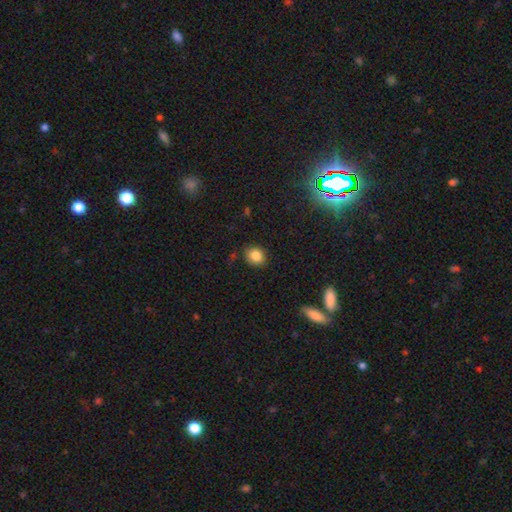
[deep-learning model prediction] This appears to be a smooth galaxy with no disk features (84%) that is round (68%). Merging: none (85%).